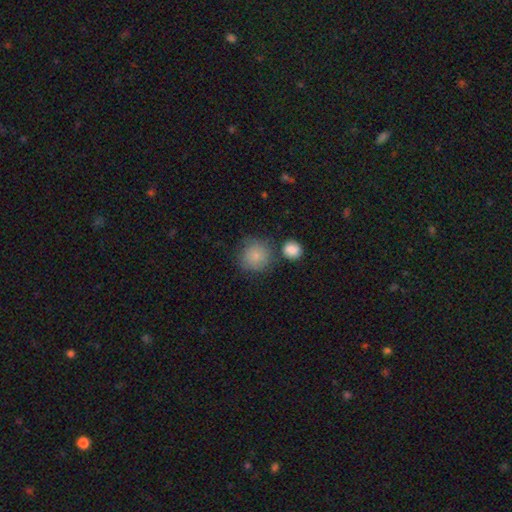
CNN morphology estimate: A smooth galaxy with no disk features (83%) that is round (92%). Merging: none (68%).